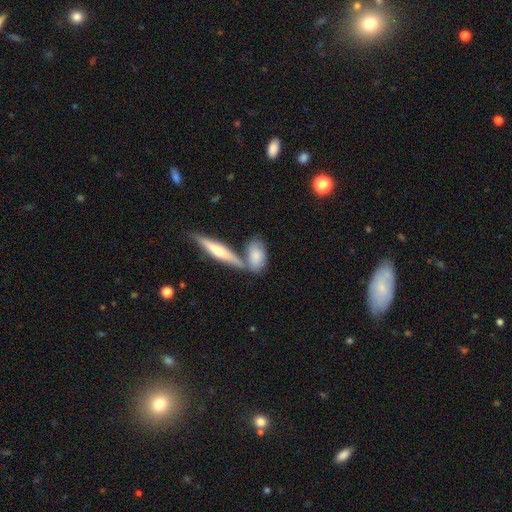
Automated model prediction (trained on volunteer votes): Smooth or featured? smooth (66%)
How rounded? in between (76%)
Merging? none (46%)